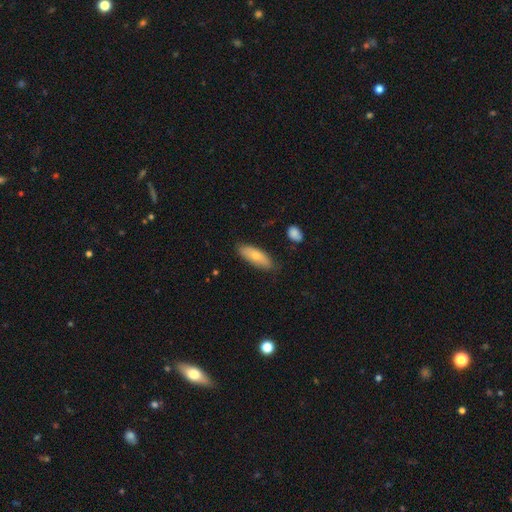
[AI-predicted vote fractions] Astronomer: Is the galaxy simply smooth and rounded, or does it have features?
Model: smooth — 70%.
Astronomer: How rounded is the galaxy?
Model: in between — 68%.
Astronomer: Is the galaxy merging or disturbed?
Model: none — 81%.